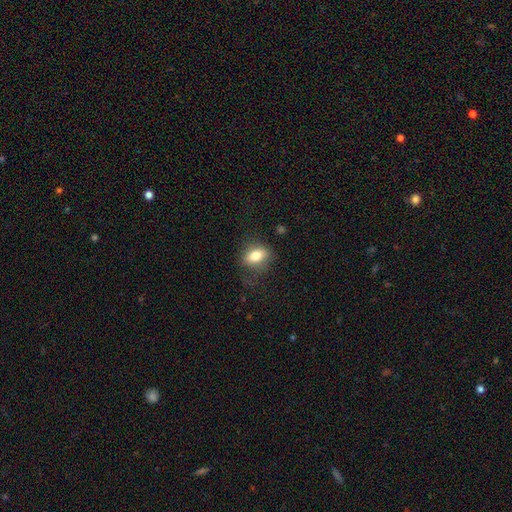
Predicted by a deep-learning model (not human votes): This appears to be a smooth galaxy with no disk features (76%) that is in between round and cigar-shaped (76%). Merging: none (74%).